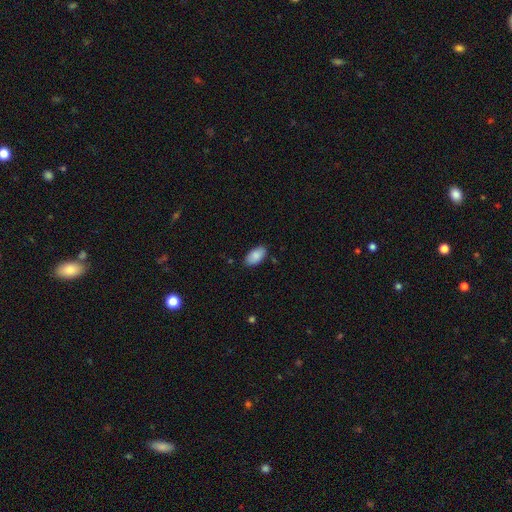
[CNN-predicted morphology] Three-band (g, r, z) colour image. It shows a smooth galaxy with no disk features (88%) that is in between round and cigar-shaped (95%). Merging: none (84%).